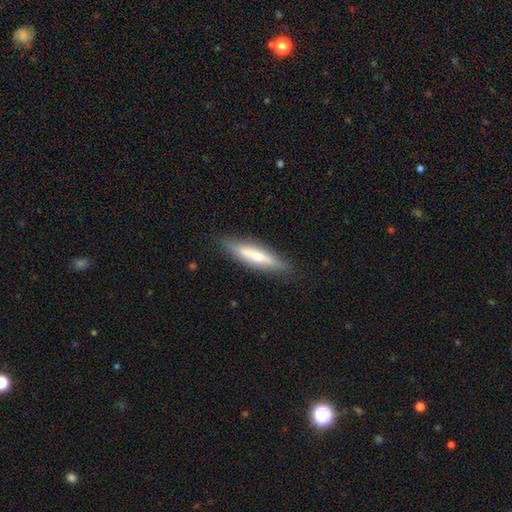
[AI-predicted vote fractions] Overall: smooth (50%; featured or disk 43%). How rounded: cigar-shaped (82%). Merging: none (86%).